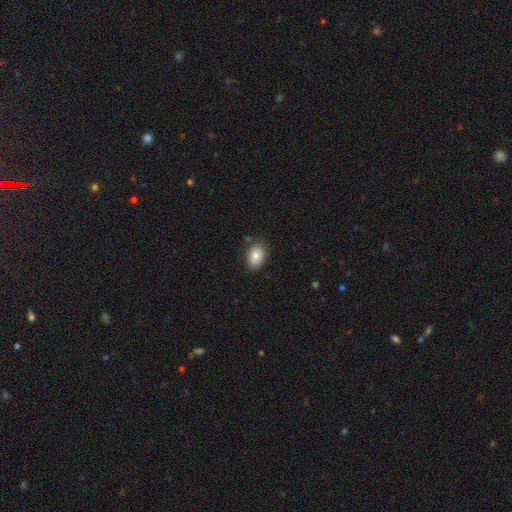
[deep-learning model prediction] Smooth or featured? smooth (83%)
How rounded? in between (88%)
Merging? none (79%)